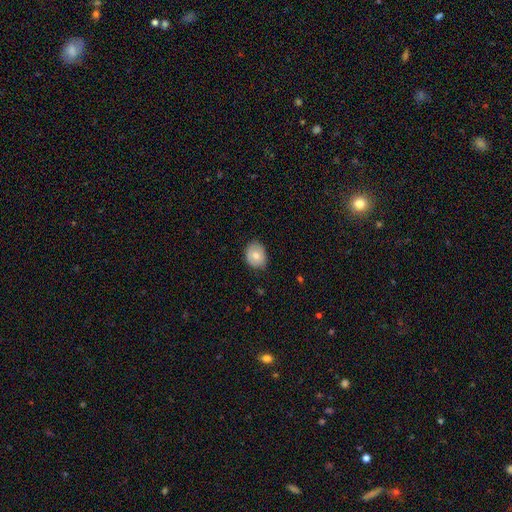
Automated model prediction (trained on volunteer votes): Smooth or featured? smooth (73%)
How rounded? in between (57%)
Merging? none (79%)